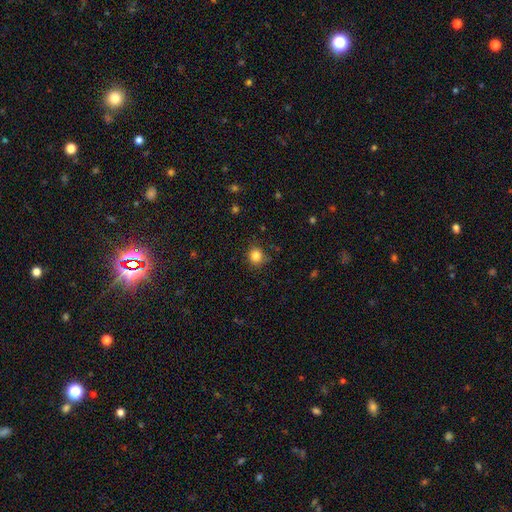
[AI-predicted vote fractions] Overall: smooth (83%). How rounded: round (88%). Merging: none (82%).